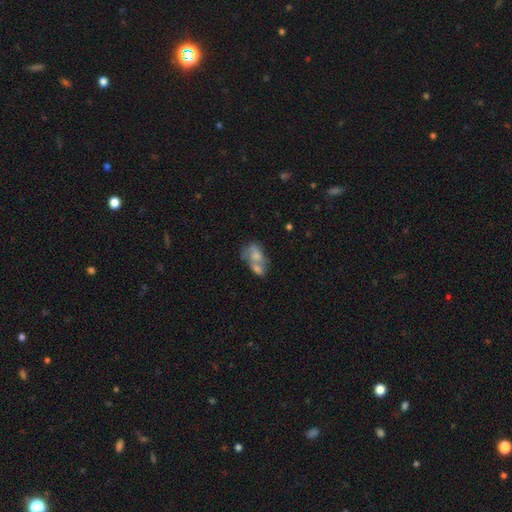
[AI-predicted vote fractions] smooth-or-featured: smooth: 59% | featured or disk: 32% | star or artifact: 9%
  how-rounded: in between: 82% | round: 15% | cigar-shaped: 2%
  merging: merger: 65% | none: 16% | minor disturbance: 10% | major disturbance: 9%